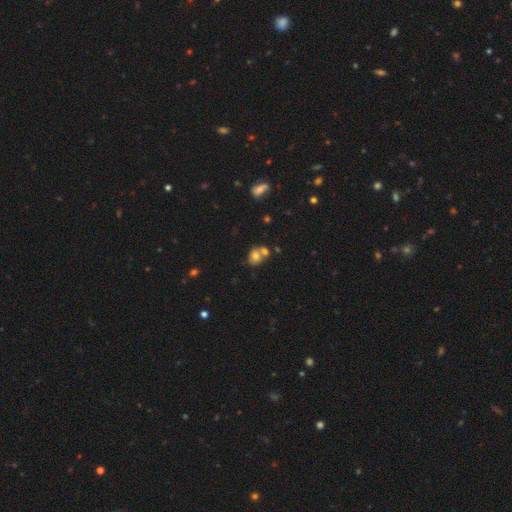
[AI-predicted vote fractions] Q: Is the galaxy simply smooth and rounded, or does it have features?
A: smooth — 71%.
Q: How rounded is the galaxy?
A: round — 54%.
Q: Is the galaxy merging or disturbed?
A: merger — 44%.